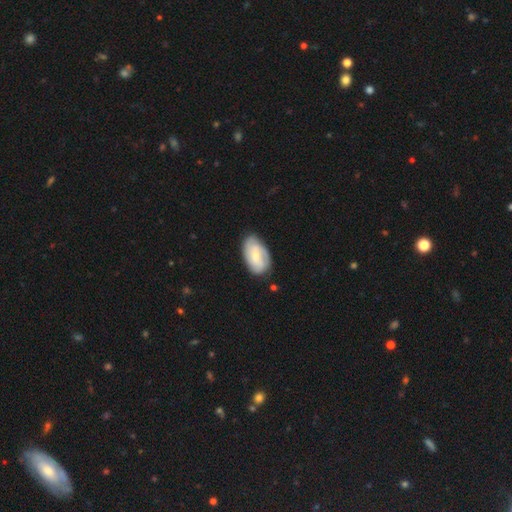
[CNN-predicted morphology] smooth_or_featured: featured or disk (p=0.49) [alt: smooth p=0.45]
merging: none (p=0.70) [alt: minor disturbance p=0.23]